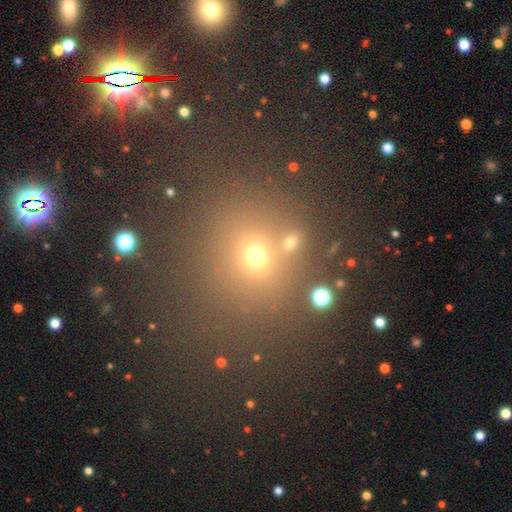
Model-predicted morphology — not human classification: Smooth or featured: smooth — 55% (star or artifact — 36%)
How rounded: round — 86% (in between — 12%)
Merging: none — 78% (minor disturbance — 9%)